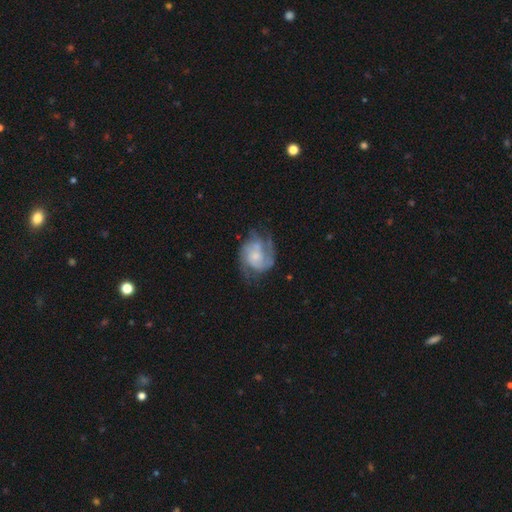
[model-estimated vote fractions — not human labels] smooth_or_featured: featured or disk (p=0.79) [alt: smooth p=0.15]
disk_edge_on: no (p=0.98) [alt: yes p=0.02]
bar: no (p=0.68) [alt: weak p=0.28]
has_spiral_arms: yes (p=0.92) [alt: no p=0.08]
spiral_winding: medium (p=0.44) [alt: tight p=0.38]
spiral_arm_count: 2 (p=0.52) [alt: can't tell p=0.19]
bulge_size: small (p=0.50) [alt: moderate p=0.31]
merging: none (p=0.56) [alt: minor disturbance p=0.23]